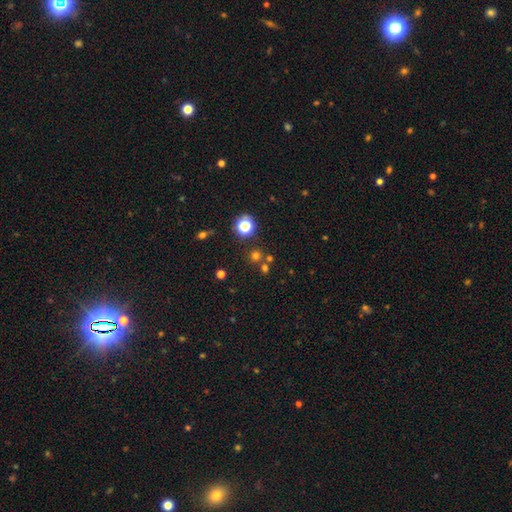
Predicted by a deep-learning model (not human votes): A smooth galaxy with no disk features (60%) that is round (92%).

Vote fractions:
- Smooth or featured? smooth: 60% / star or artifact: 31% / featured or disk: 8%
- How rounded? round: 92% / in between: 7% / cigar-shaped: 1%
- Merging? none: 71% / merger: 19% / minor disturbance: 7% / major disturbance: 3%